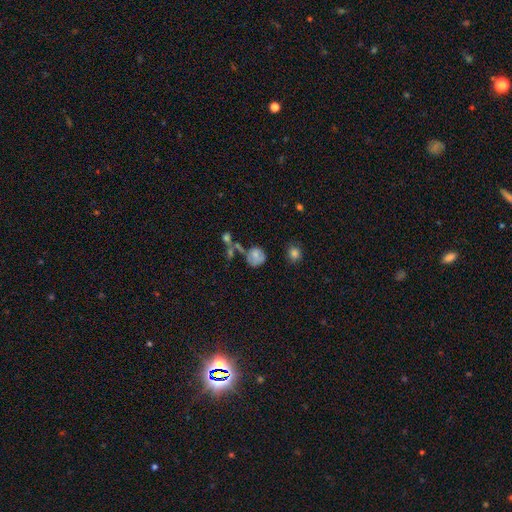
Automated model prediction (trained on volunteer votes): This appears to be a smooth galaxy with no disk features (69%) that is round (73%). Merging: none (42%).